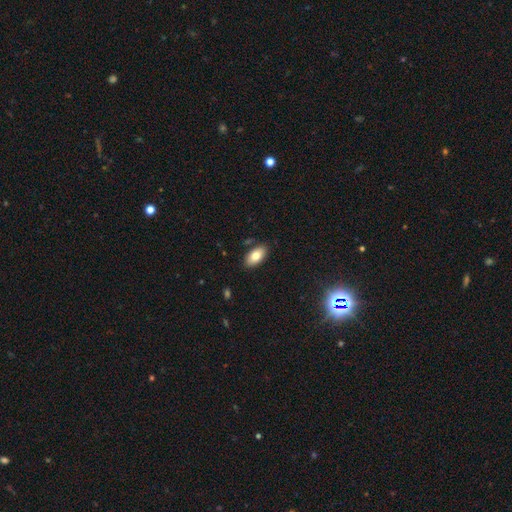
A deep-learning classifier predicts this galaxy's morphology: Q: Smooth or featured?
A: smooth (79%); runner-up: featured or disk (13%)
Q: How rounded?
A: in between (94%); runner-up: cigar-shaped (3%)
Q: Merging?
A: none (85%); runner-up: minor disturbance (10%)